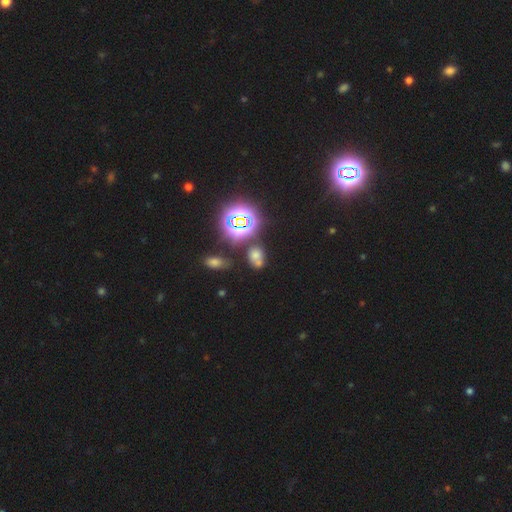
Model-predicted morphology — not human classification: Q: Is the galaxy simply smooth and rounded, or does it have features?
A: smooth — 52%.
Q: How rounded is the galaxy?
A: in between — 49%, tied with round.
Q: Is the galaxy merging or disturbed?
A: none — 49%.